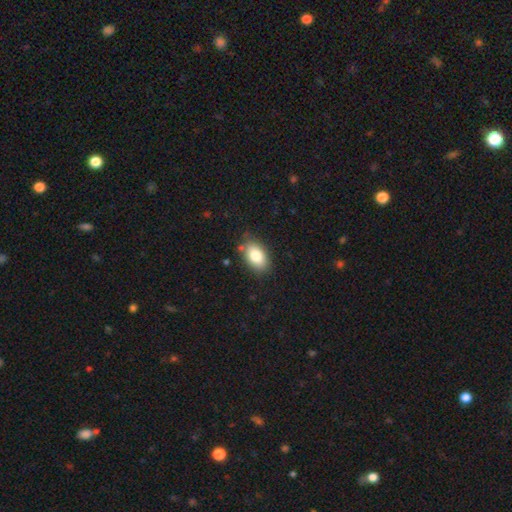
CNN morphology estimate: Smooth or featured: smooth — 81% (featured or disk — 11%)
How rounded: in between — 89% (round — 10%)
Merging: none — 79% (minor disturbance — 15%)